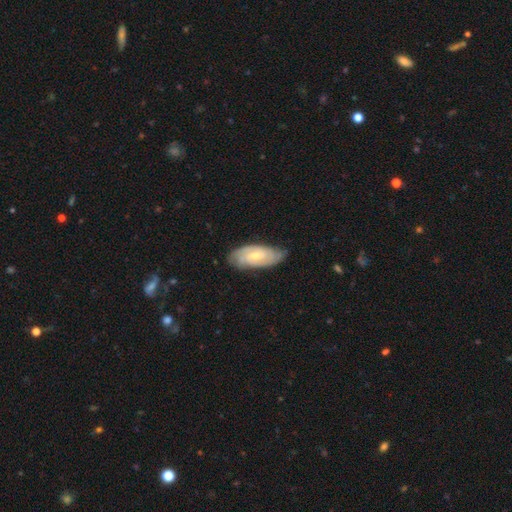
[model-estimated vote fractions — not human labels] A featured or disk galaxy (68%) with a weak bar (46%), 2 (48%) tight (56%) spiral arms (90%) and a small central bulge (49%). Merging: none (75%).